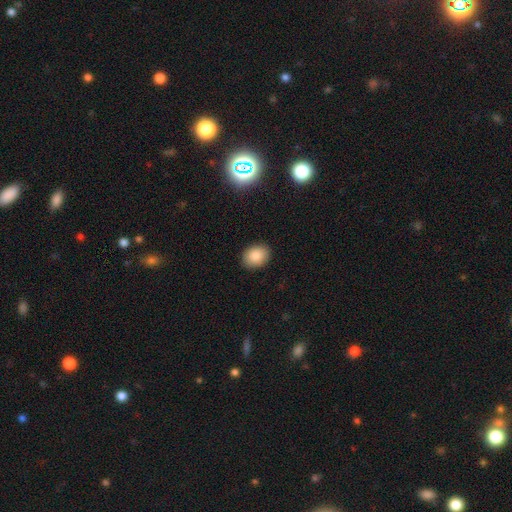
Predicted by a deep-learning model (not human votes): Smooth or featured? Predicted: smooth (p=0.86). How rounded? Predicted: in between (p=0.57). Merging? Predicted: none (p=0.89).